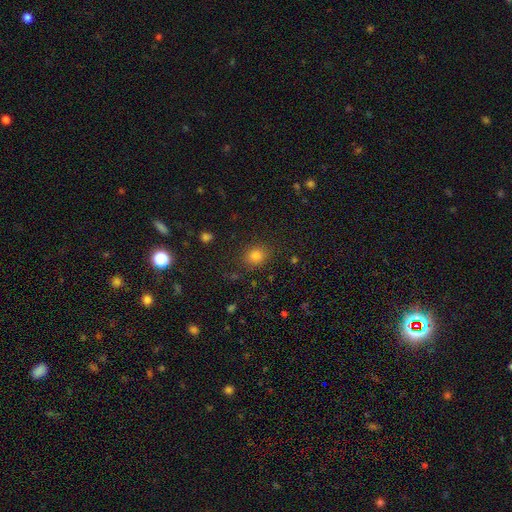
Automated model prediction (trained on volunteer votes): Q: Smooth or featured?
A: smooth (79%); runner-up: star or artifact (15%)
Q: How rounded?
A: round (59%); runner-up: in between (40%)
Q: Merging?
A: none (84%); runner-up: minor disturbance (11%)